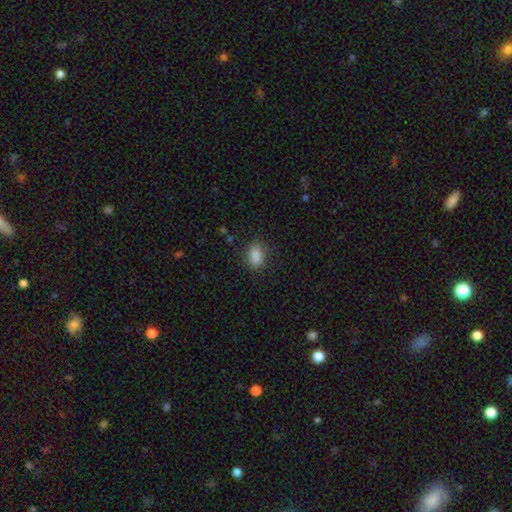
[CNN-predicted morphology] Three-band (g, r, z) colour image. It shows a smooth galaxy with no disk features (87%) that is in between round and cigar-shaped (81%). Merging: none (77%).